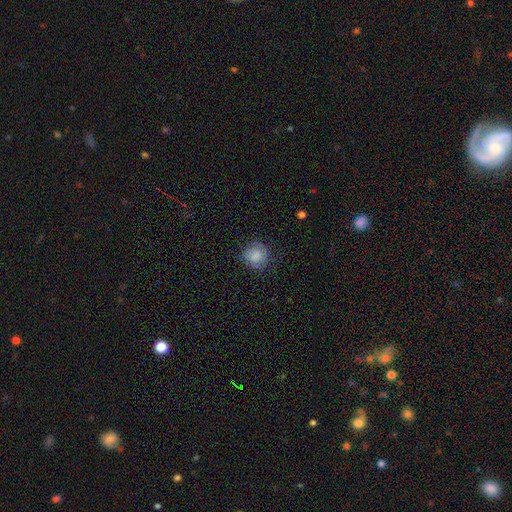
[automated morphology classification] This appears to be a smooth galaxy with no disk features (84%) that is round (85%). Merging: none (73%).